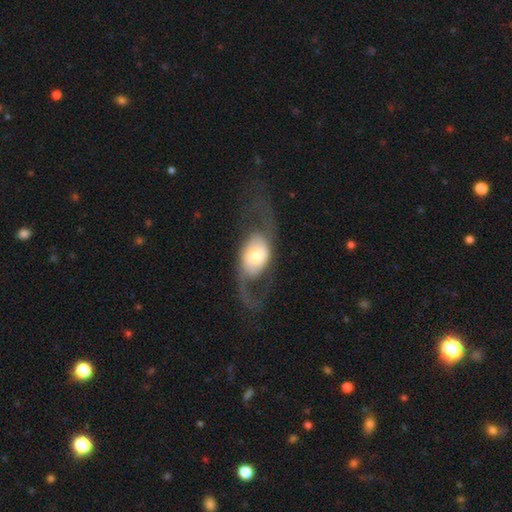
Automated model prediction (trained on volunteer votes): A featured or disk galaxy (71%) with no bar (62%), 2 (90%) loose (65%) spiral arms (81%) and a moderate central bulge (39%). Merging: none (62%).